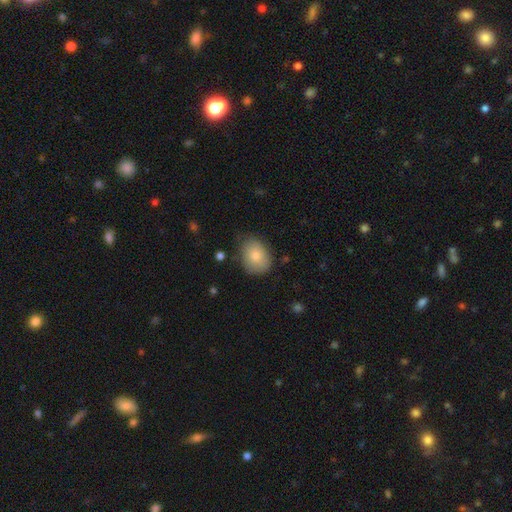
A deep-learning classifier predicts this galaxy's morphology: This is clearly a smooth galaxy (81%). How rounded: likely in between (61%). Merging: likely none (73%).